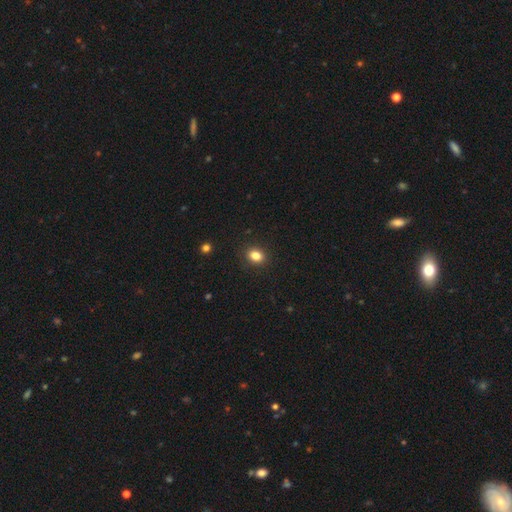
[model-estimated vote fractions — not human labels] This is clearly a smooth galaxy (84%). How rounded: possibly in between (54%). Merging: clearly none (90%).